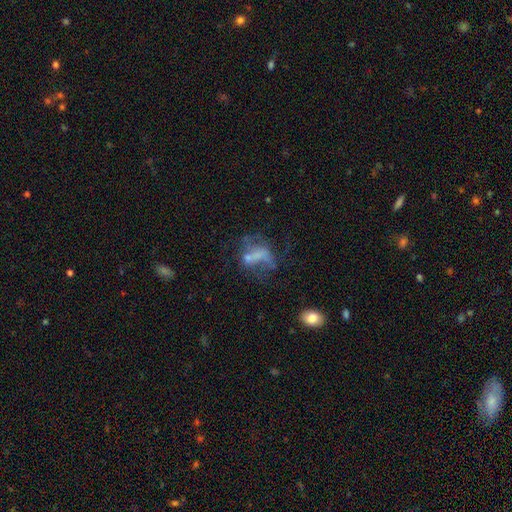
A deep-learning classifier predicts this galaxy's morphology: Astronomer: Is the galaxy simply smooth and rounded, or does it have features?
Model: featured or disk — 49% (runner-up: smooth, 33%).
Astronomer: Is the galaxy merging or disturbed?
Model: major disturbance — 37% (runner-up: none, 29%).